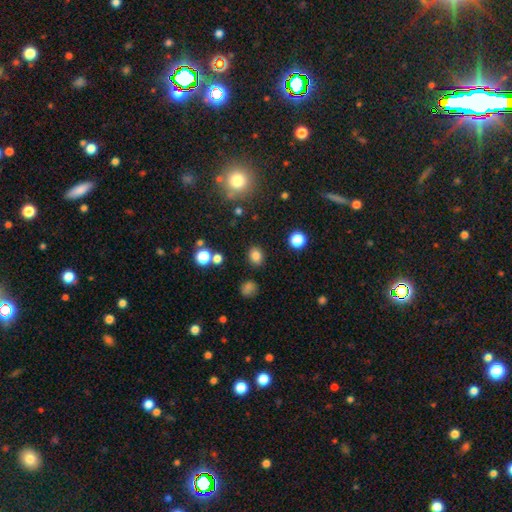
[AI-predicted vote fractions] The model was most divided on "how rounded": in between: 50%, round: 49%, cigar-shaped: 1%. More confident: merging — none (86%); smooth or featured — smooth (81%).